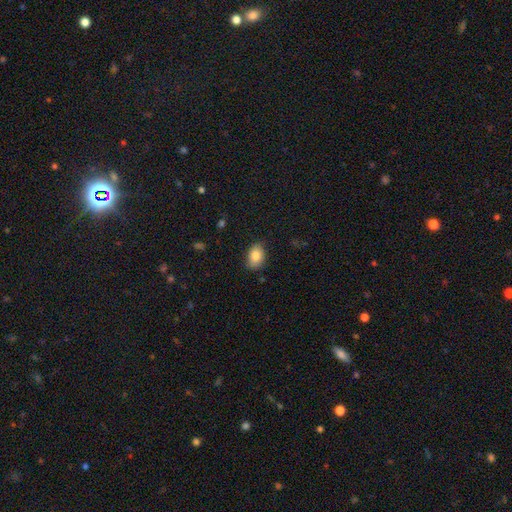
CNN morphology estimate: smooth-or-featured: smooth: 85% | star or artifact: 8% | featured or disk: 7%
  how-rounded: in between: 80% | round: 19% | cigar-shaped: 1%
  merging: none: 82% | minor disturbance: 14% | major disturbance: 3% | merger: 1%